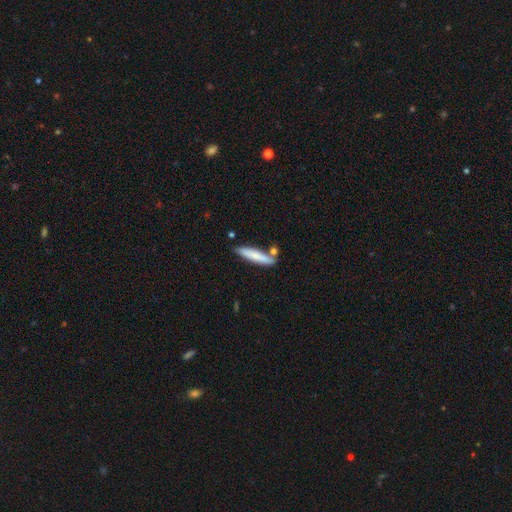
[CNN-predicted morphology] This appears to be a smooth galaxy with no disk features (73%) that is cigar-shaped (88%). Merging: none (75%).